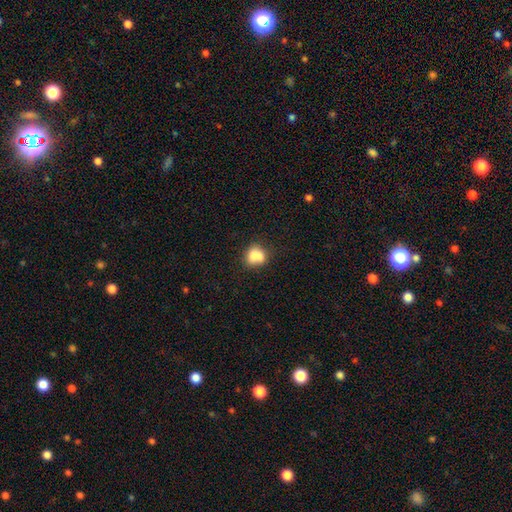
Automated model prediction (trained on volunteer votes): The model was most divided on "merging": merger: 46%, none: 35%, minor disturbance: 13%, major disturbance: 5%. More confident: smooth or featured — smooth (74%); how rounded — round (64%).